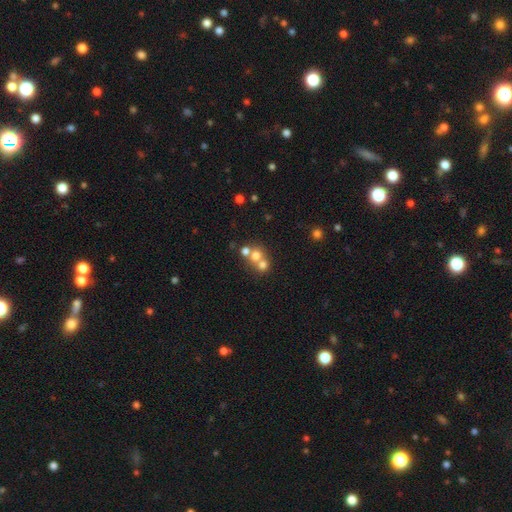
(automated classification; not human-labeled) Smooth or featured? Predicted: smooth (p=0.66). How rounded? Predicted: round (p=0.82). Merging? Predicted: merger (p=0.56).